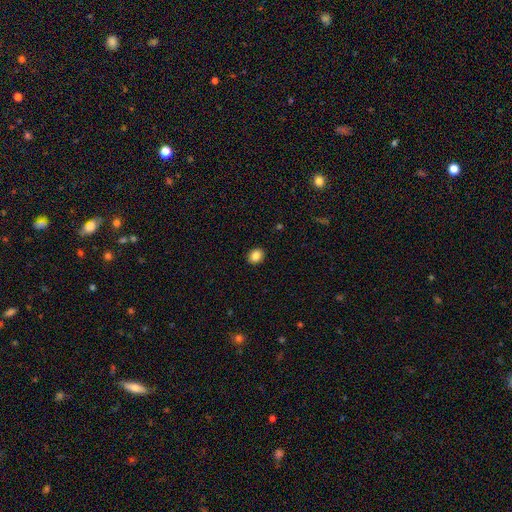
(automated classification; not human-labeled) smooth 87%, star or artifact 9%, featured or disk 4%. Down the decision tree: how rounded — round (52%); merging — none (91%).